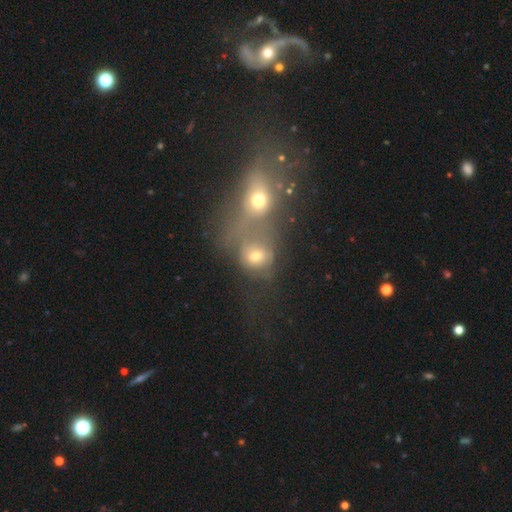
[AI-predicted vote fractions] This is possibly a smooth galaxy (59%). How rounded: likely round (66%). Merging: likely merger (70%).